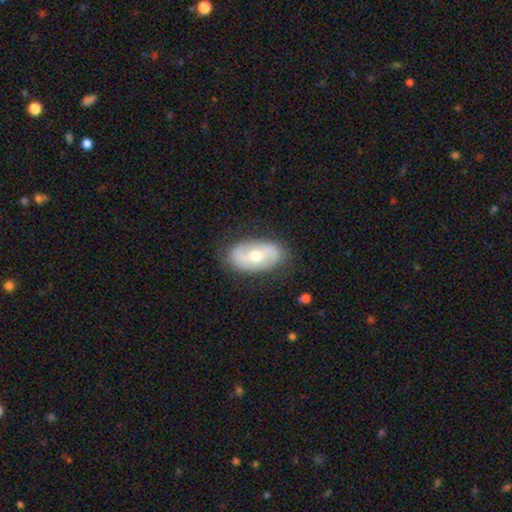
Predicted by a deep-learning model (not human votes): Smooth or featured?
  - featured or disk: 61% *
  - smooth: 33%
  - star or artifact: 6%
Edge-on disk?
  - no: 93% *
  - yes: 7%
Bar?
  - no: 51% *
  - weak: 35%
  - strong: 14%
Spiral arms?
  - yes: 69% *
  - no: 31%
Bulge size?
  - moderate: 72% *
  - small: 20%
  - large: 6%
  - none: 1%
  - dominant: 1%
Merging?
  - none: 80% *
  - minor disturbance: 14%
  - major disturbance: 4%
  - merger: 1%